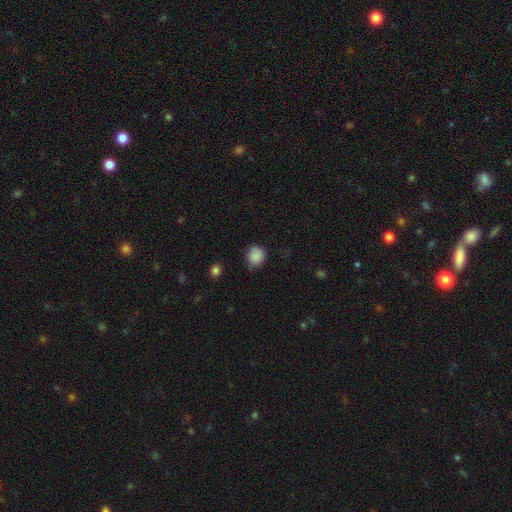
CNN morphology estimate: type=smooth (85%); roundness=round (69%); merging=none (65%).